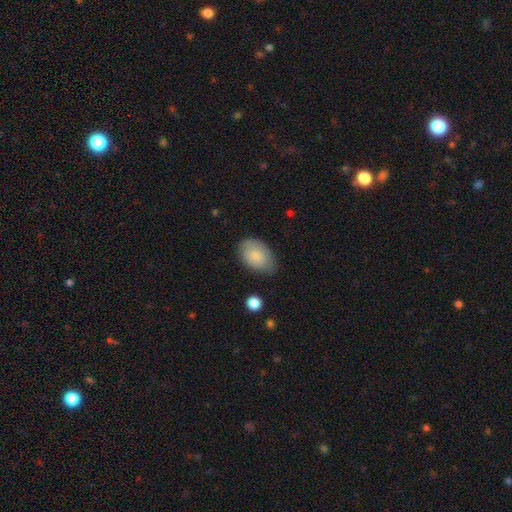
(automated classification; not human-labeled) Overall: smooth (76%). How rounded: in between (89%). Merging: none (69%).